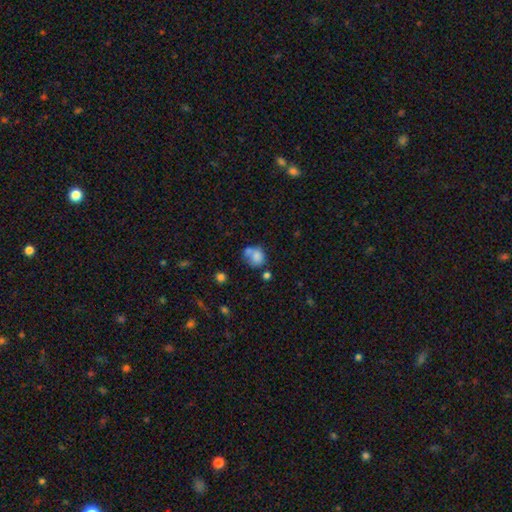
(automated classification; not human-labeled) smooth-or-featured: smooth: 76% | featured or disk: 13% | star or artifact: 11%
  how-rounded: round: 58% | in between: 41% | cigar-shaped: 1%
  merging: merger: 39% | none: 34% | minor disturbance: 17% | major disturbance: 10%